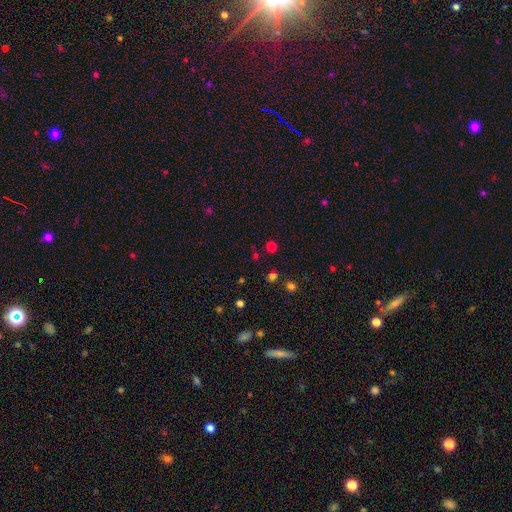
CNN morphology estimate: smooth 60%, star or artifact 35%, featured or disk 5%. Down the decision tree: how rounded — round (81%); merging — none (82%).